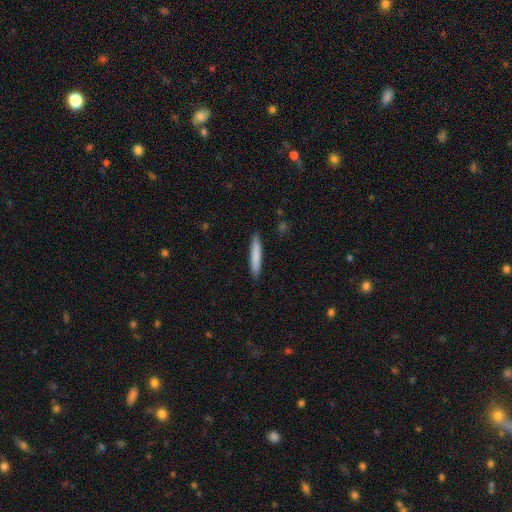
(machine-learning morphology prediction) Smooth or featured: smooth — 79% (featured or disk — 15%)
How rounded: cigar-shaped — 94% (in between — 5%)
Merging: none — 89% (minor disturbance — 8%)